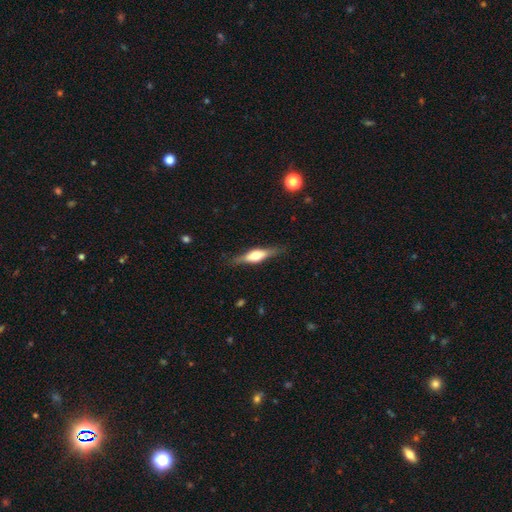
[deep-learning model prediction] This is likely a featured or disk galaxy (61%). It is clearly viewed edge-on (95%). Edge-on bulge: clearly rounded (87%). Merging: clearly none (83%).